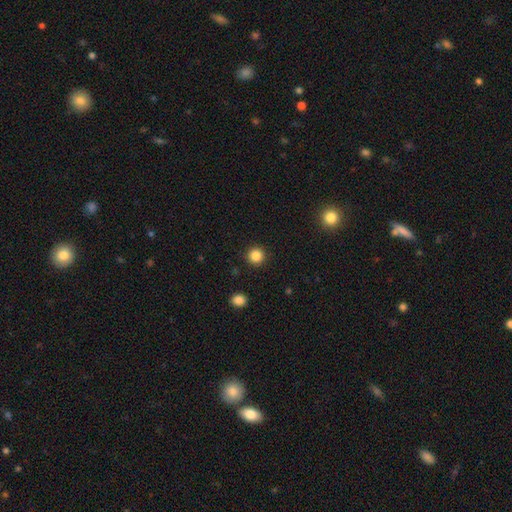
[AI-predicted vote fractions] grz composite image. It shows a smooth galaxy with no disk features (85%) that is round (95%). Merging: none (92%).